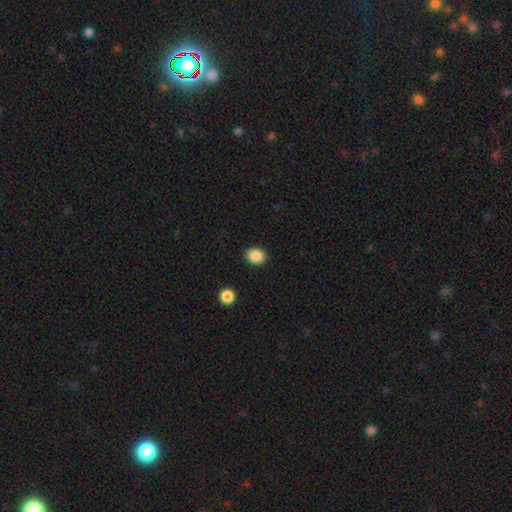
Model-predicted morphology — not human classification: smooth-or-featured: smooth: 88% | star or artifact: 9% | featured or disk: 3%
  how-rounded: in between: 50% | round: 49% | cigar-shaped: 1%
  merging: none: 90% | minor disturbance: 7% | major disturbance: 2% | merger: 1%